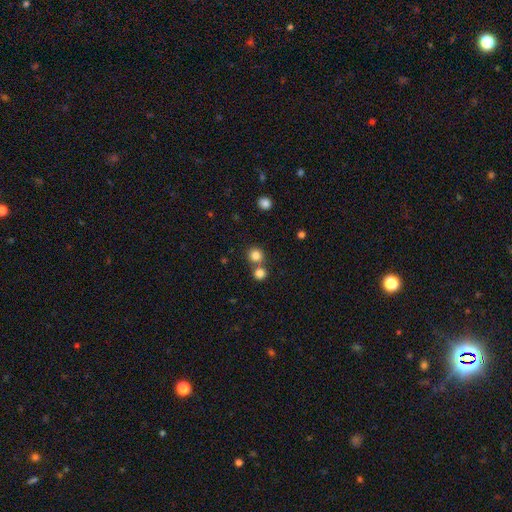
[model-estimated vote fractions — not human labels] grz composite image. It shows a smooth galaxy with no disk features (82%) that is round (90%). Merging: none (63%).